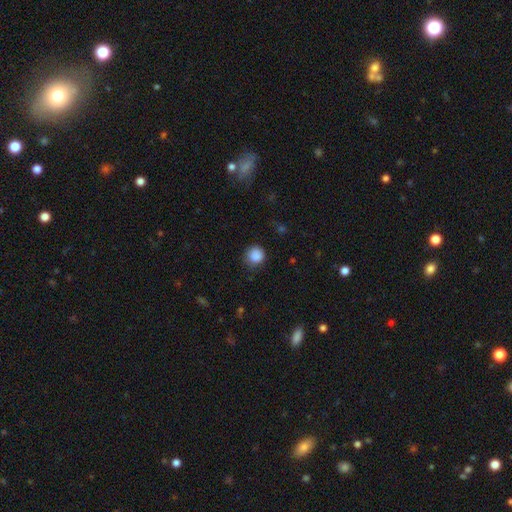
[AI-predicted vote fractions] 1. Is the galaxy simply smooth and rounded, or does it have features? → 87% smooth, 9% star or artifact, 3% featured or disk.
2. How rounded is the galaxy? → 91% round, 8% in between, 1% cigar-shaped.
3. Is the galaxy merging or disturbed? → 78% none, 17% minor disturbance, 4% major disturbance, 1% merger.